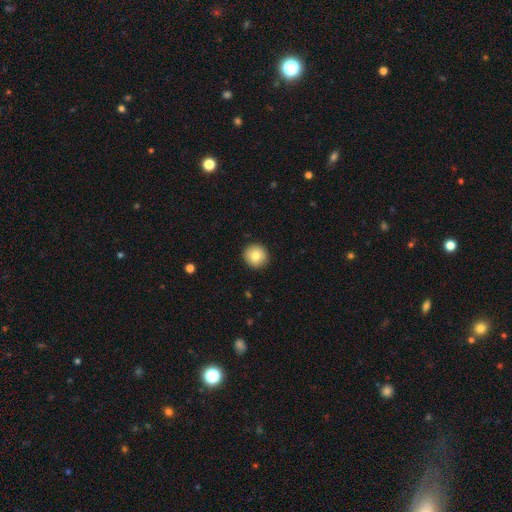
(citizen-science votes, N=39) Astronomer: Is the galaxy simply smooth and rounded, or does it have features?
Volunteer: smooth — 85%.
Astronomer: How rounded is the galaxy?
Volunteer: round — 100%.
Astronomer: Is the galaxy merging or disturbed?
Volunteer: none — 95%.